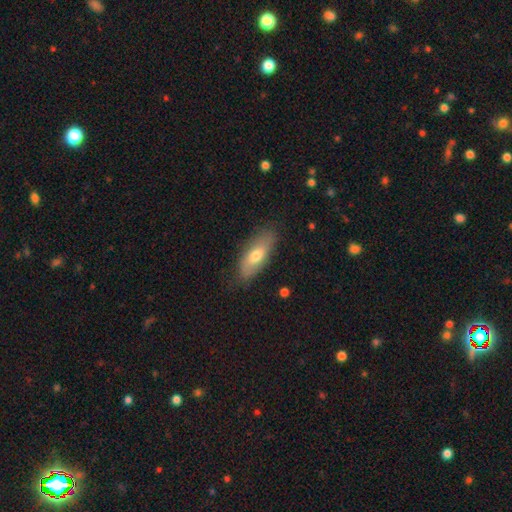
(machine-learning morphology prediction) Smooth or featured?
  - smooth: 64% *
  - featured or disk: 30%
  - star or artifact: 6%
How rounded?
  - in between: 74% *
  - cigar-shaped: 23%
  - round: 3%
Merging?
  - none: 78% *
  - minor disturbance: 17%
  - major disturbance: 4%
  - merger: 1%